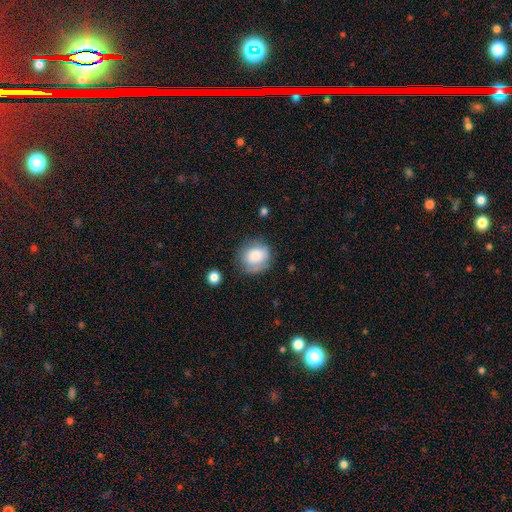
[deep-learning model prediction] smooth_or_featured: smooth (p=0.79) [alt: featured or disk p=0.13]
how_rounded: round (p=0.77) [alt: in between p=0.22]
merging: none (p=0.67) [alt: minor disturbance p=0.22]